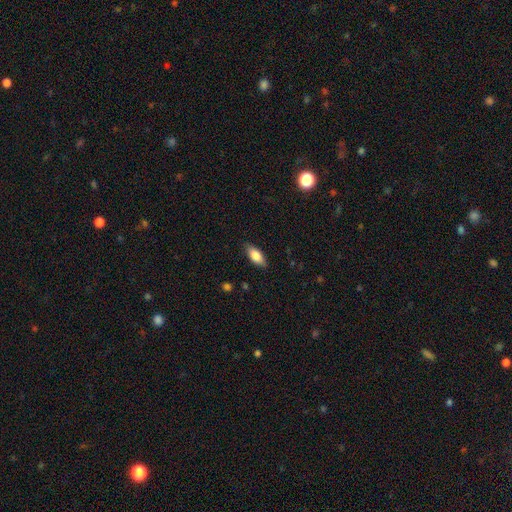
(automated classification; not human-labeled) Morphology: type=smooth (80%); roundness=in between (83%); merging=none (85%).